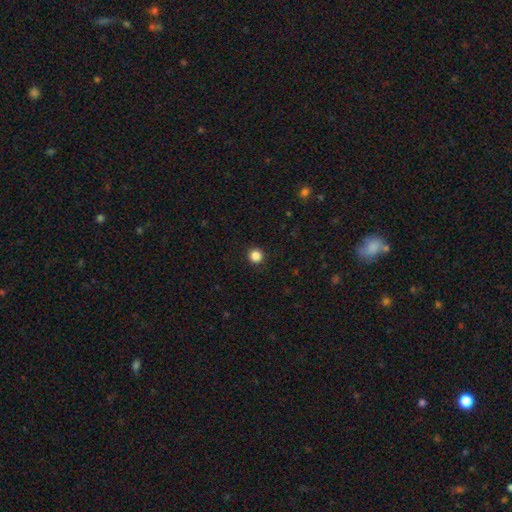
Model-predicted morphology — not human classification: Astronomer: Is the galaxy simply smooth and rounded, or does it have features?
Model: smooth — 86%.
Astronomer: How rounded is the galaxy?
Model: round — 95%.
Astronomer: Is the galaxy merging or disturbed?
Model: none — 93%.